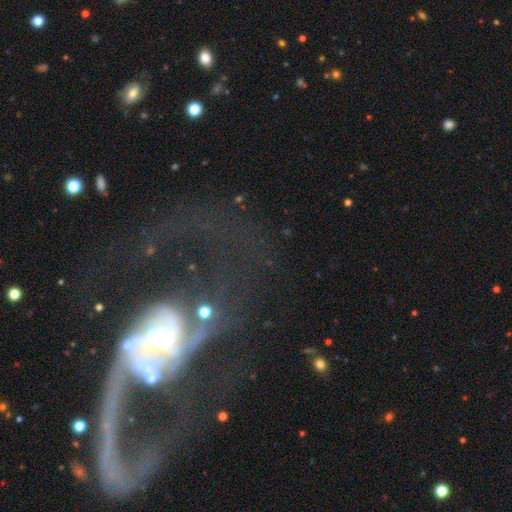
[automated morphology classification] Q: Smooth or featured?
A: featured or disk (77%); runner-up: smooth (12%)
Q: Edge-on disk?
A: no (95%); runner-up: yes (5%)
Q: Bar?
A: no (49%); runner-up: weak (30%)
Q: Spiral arms?
A: yes (74%); runner-up: no (26%)
Q: Spiral winding?
A: loose (58%); runner-up: medium (30%)
Q: Spiral arm count?
A: 2 (60%); runner-up: 1 (19%)
Q: Bulge size?
A: moderate (54%); runner-up: small (25%)
Q: Merging?
A: major disturbance (47%); runner-up: none (24%)